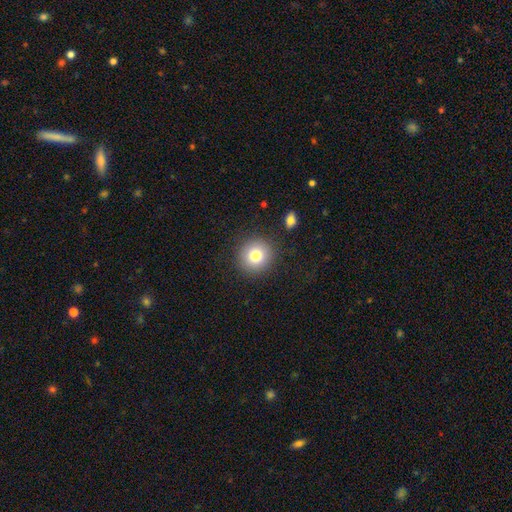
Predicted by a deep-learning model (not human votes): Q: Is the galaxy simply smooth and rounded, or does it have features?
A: smooth — 79%.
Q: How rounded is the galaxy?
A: round — 92%.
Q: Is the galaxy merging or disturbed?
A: none — 88%.